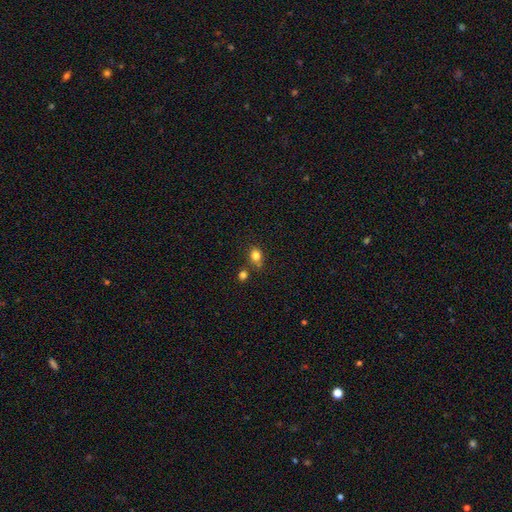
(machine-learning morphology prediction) Smooth or featured?
  - smooth: 82% *
  - star or artifact: 12%
  - featured or disk: 6%
How rounded?
  - in between: 52% *
  - round: 47%
  - cigar-shaped: 1%
Merging?
  - none: 63% *
  - minor disturbance: 17%
  - merger: 15%
  - major disturbance: 5%